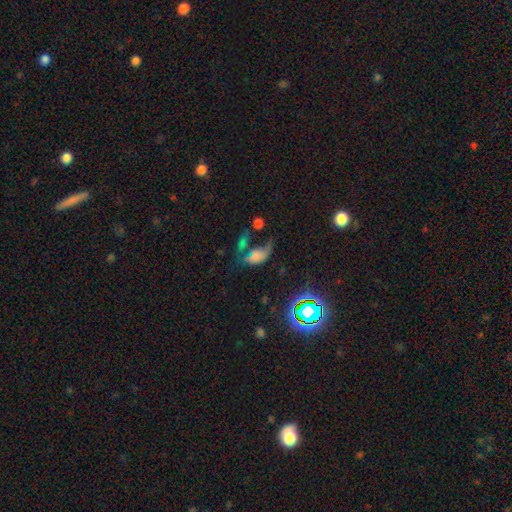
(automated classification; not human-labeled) Smooth or featured? Predicted: smooth (p=0.54). How rounded? Predicted: in between (p=0.87). Merging? Predicted: major disturbance (p=0.35).